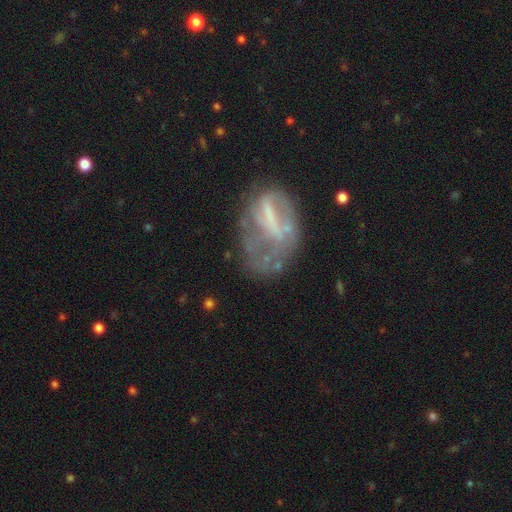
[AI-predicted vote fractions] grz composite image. It shows a featured or disk galaxy (56%) with no bar (47%), no spiral arms (72%) and no central bulge (57%). Merging: none (36%).